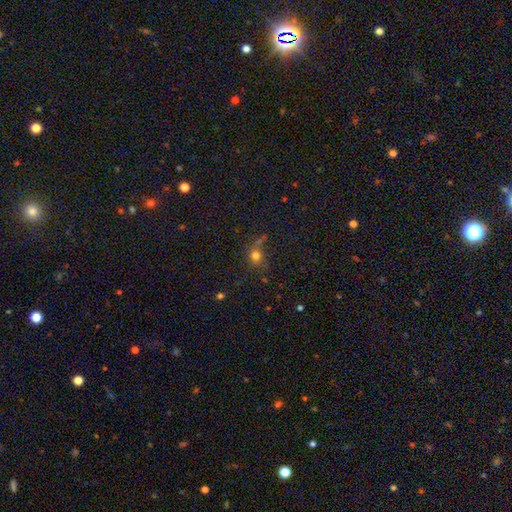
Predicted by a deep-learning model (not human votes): Smooth or featured: smooth — 73% (star or artifact — 18%)
How rounded: round — 75% (in between — 23%)
Merging: none — 59% (minor disturbance — 17%)